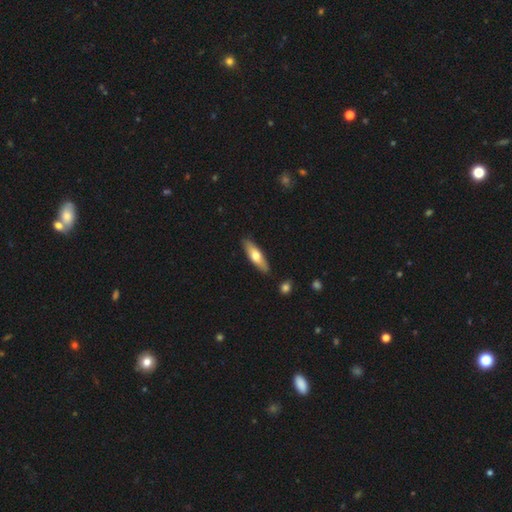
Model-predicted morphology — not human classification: Smooth or featured? smooth (60%)
How rounded? cigar-shaped (60%)
Merging? none (88%)